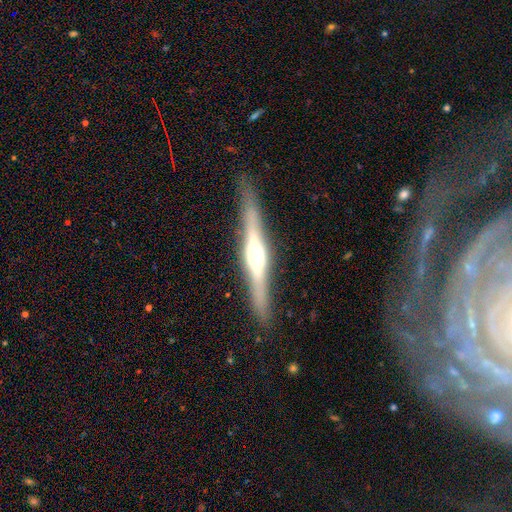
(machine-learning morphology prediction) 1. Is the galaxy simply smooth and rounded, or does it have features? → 77% featured or disk, 18% smooth, 6% star or artifact.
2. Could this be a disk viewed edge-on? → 97% yes, 3% no.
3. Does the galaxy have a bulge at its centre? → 86% rounded, 10% boxy, 4% none.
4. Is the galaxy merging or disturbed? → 89% none, 8% minor disturbance, 2% major disturbance, 1% merger.